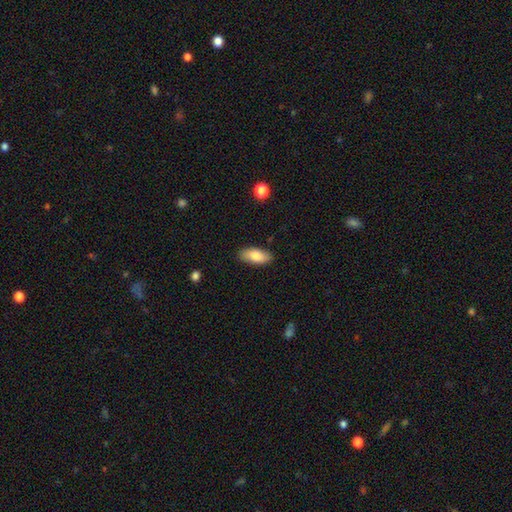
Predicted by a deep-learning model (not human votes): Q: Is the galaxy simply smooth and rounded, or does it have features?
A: smooth — 82%.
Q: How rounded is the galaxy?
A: in between — 88%.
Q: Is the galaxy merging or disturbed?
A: none — 87%.